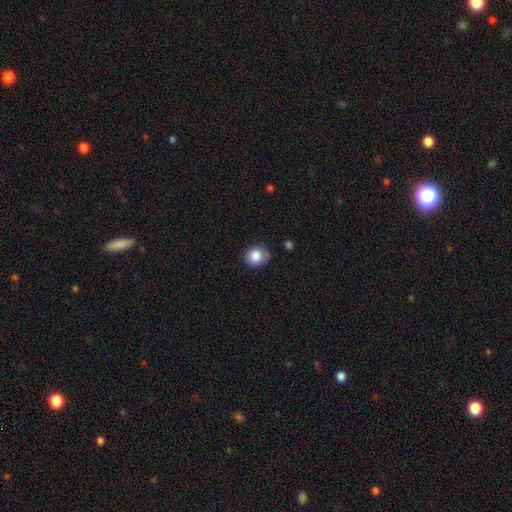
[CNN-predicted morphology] Smooth or featured?
  - smooth: 85% *
  - star or artifact: 9%
  - featured or disk: 6%
How rounded?
  - round: 69% *
  - in between: 31%
  - cigar-shaped: 1%
Merging?
  - none: 79% *
  - minor disturbance: 16%
  - major disturbance: 3%
  - merger: 2%